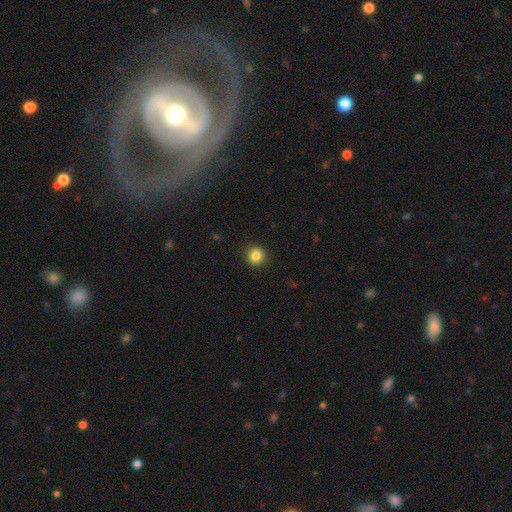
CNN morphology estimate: Smooth or featured: smooth — 85% (star or artifact — 11%)
How rounded: round — 90% (in between — 9%)
Merging: none — 92% (minor disturbance — 5%)